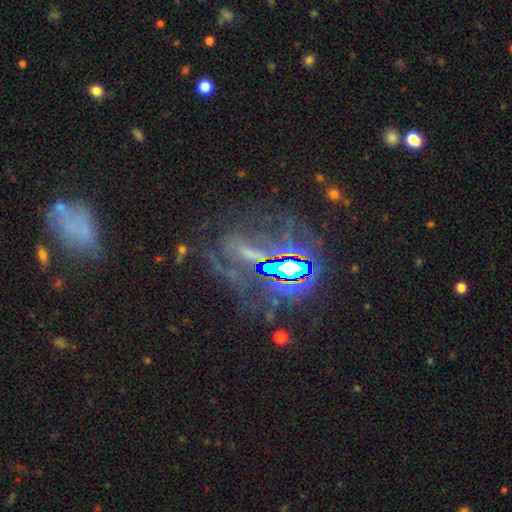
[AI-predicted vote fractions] Smooth or featured: star or artifact — 47% (featured or disk — 41%)